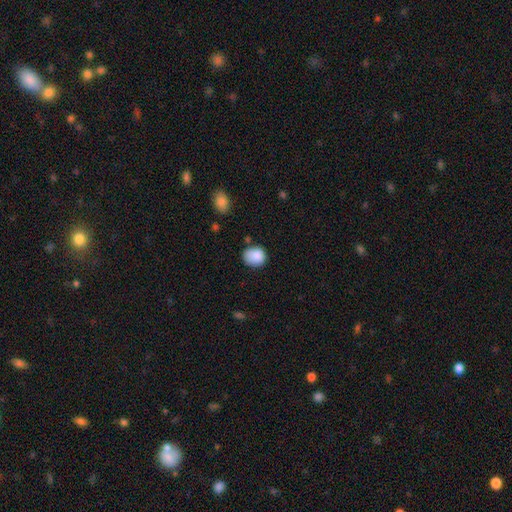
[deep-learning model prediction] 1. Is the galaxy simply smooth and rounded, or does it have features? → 86% smooth, 8% star or artifact, 5% featured or disk.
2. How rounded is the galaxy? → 72% round, 28% in between, 1% cigar-shaped.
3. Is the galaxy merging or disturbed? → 64% none, 25% minor disturbance, 6% major disturbance, 5% merger.